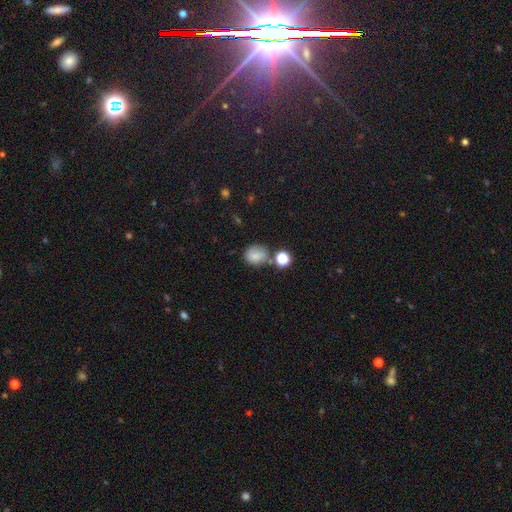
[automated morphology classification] A smooth galaxy with no disk features (76%) that is round (62%). Merging: none (57%).